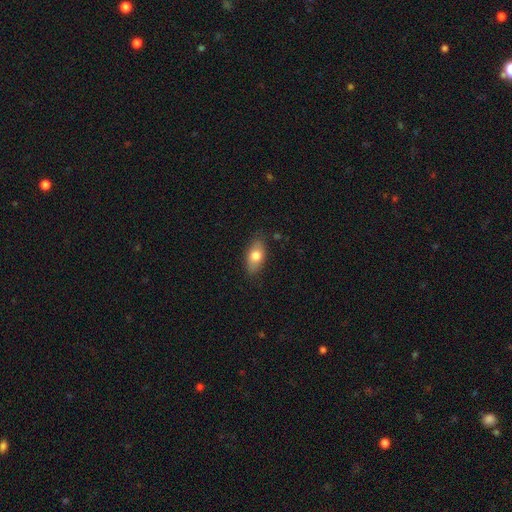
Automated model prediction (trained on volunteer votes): The model was most divided on "smooth or featured": smooth: 73%, featured or disk: 20%, star or artifact: 7%. More confident: how rounded — in between (87%); merging — none (80%).